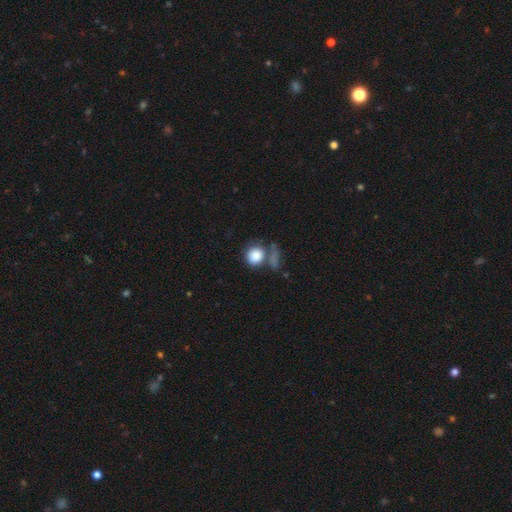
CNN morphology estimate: smooth-or-featured: smooth: 85% | star or artifact: 8% | featured or disk: 7%
  how-rounded: round: 78% | in between: 20% | cigar-shaped: 2%
  merging: none: 49% | merger: 26% | minor disturbance: 14% | major disturbance: 10%